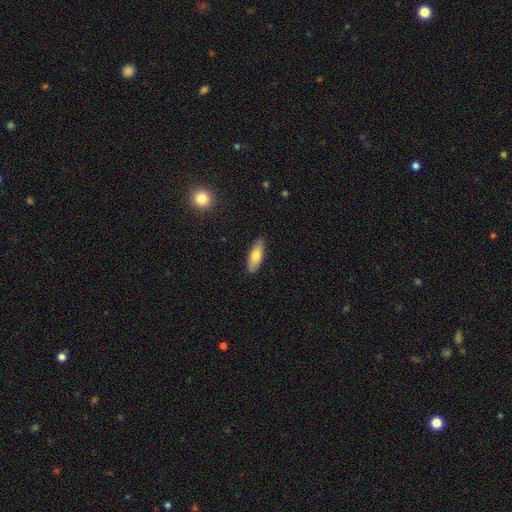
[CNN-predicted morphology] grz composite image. It shows a smooth galaxy with no disk features (70%) that is in between round and cigar-shaped (66%). Merging: none (86%).